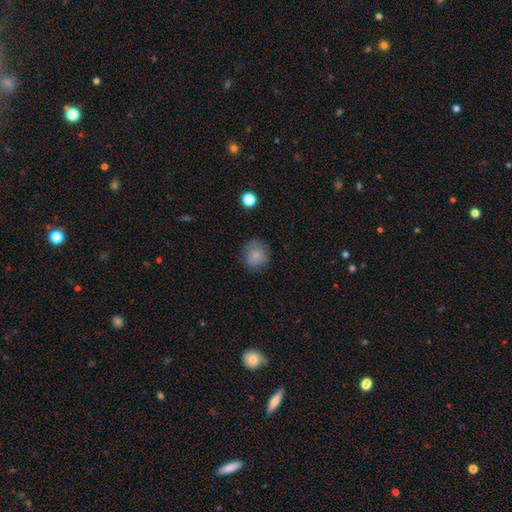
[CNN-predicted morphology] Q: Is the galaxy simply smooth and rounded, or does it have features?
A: smooth — 83%.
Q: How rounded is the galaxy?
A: round — 89%.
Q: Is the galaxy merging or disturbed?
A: none — 81%.